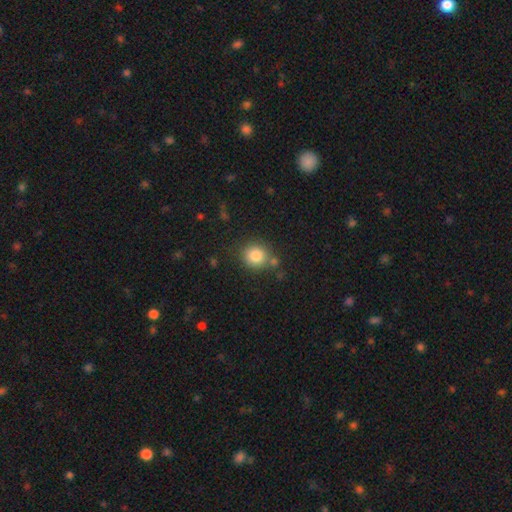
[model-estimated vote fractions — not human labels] This appears to be a smooth galaxy with no disk features (83%) that is round (86%). Merging: none (72%).